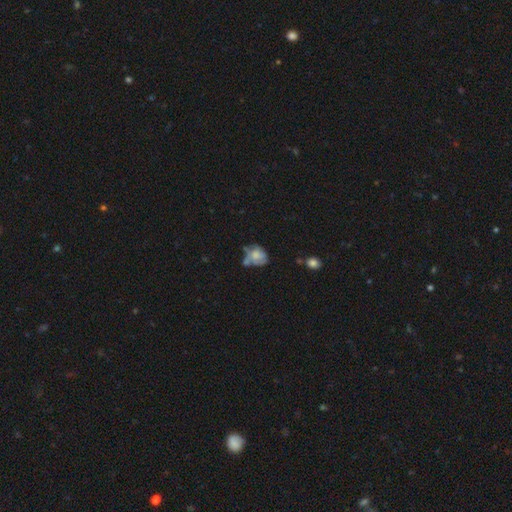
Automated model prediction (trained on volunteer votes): This is possibly a smooth galaxy (47%). Merging: marginally none (31%).